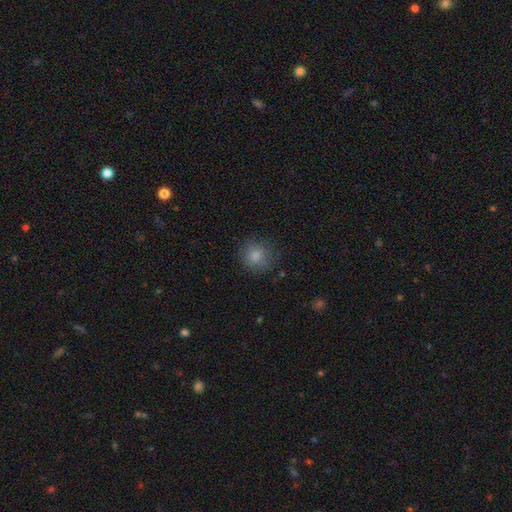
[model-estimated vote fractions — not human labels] Overall: smooth (83%). How rounded: round (88%). Merging: none (82%).